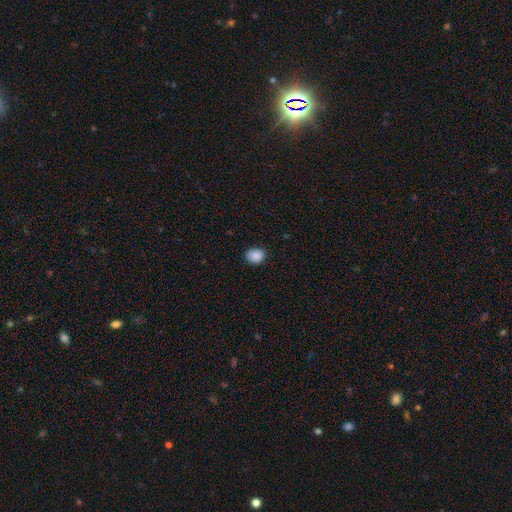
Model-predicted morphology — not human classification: smooth_or_featured: smooth (p=0.89) [alt: star or artifact p=0.09]
how_rounded: round (p=0.59) [alt: in between p=0.40]
merging: none (p=0.84) [alt: minor disturbance p=0.13]